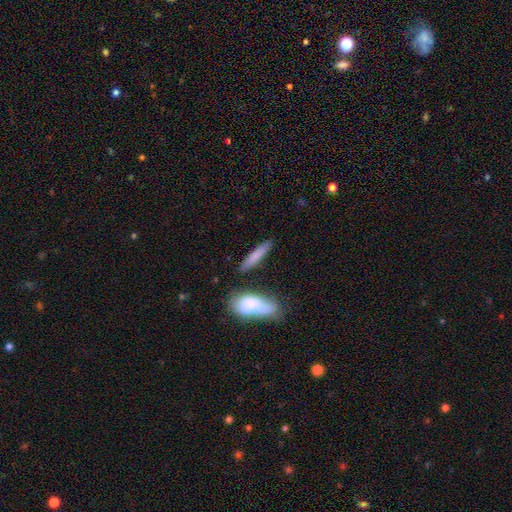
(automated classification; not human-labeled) Smooth or featured?
  - smooth: 75% *
  - featured or disk: 19%
  - star or artifact: 6%
How rounded?
  - cigar-shaped: 85% *
  - in between: 13%
  - round: 2%
Merging?
  - none: 80% *
  - minor disturbance: 11%
  - merger: 6%
  - major disturbance: 3%